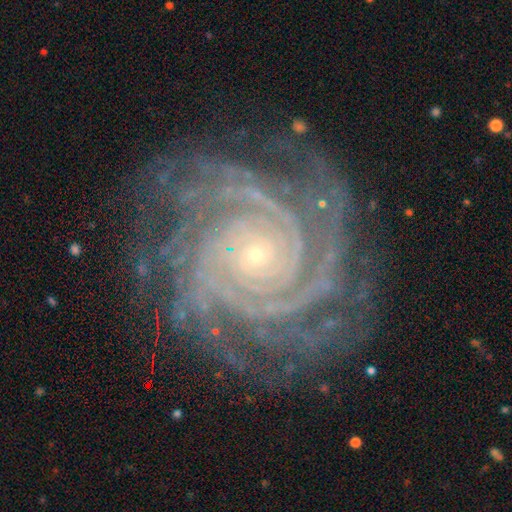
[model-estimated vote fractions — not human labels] Smooth or featured: featured or disk — 92% (star or artifact — 5%)
Edge-on disk: no — 98% (yes — 2%)
Bar: no — 77% (weak — 14%)
Spiral arms: yes — 99% (no — 1%)
Spiral winding: tight — 83% (medium — 15%)
Spiral arm count: 4 — 26% (more than 4 — 24%)
Bulge size: small — 87% (moderate — 9%)
Merging: none — 80% (minor disturbance — 14%)